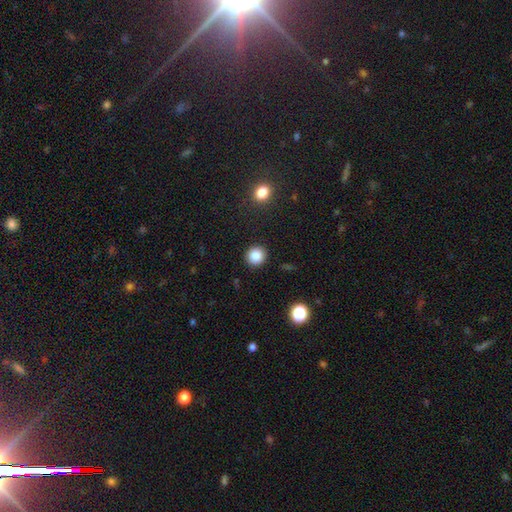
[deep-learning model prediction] Smooth or featured?
  - smooth: 86% *
  - star or artifact: 10%
  - featured or disk: 4%
How rounded?
  - round: 91% *
  - in between: 8%
  - cigar-shaped: 1%
Merging?
  - none: 92% *
  - minor disturbance: 5%
  - major disturbance: 2%
  - merger: 1%